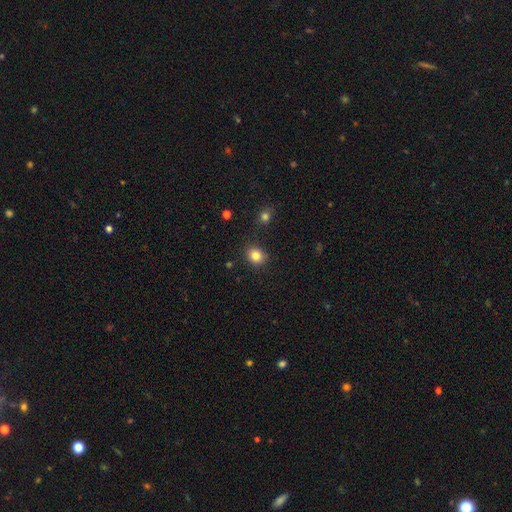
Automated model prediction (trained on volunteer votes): smooth_or_featured: smooth (p=0.83) [alt: star or artifact p=0.11]
how_rounded: round (p=0.65) [alt: in between p=0.34]
merging: none (p=0.87) [alt: minor disturbance p=0.09]